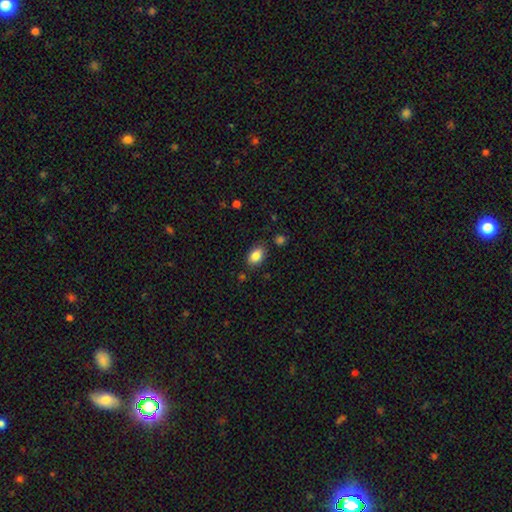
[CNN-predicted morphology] Smooth or featured? Predicted: smooth (p=0.85). How rounded? Predicted: in between (p=0.88). Merging? Predicted: none (p=0.80).